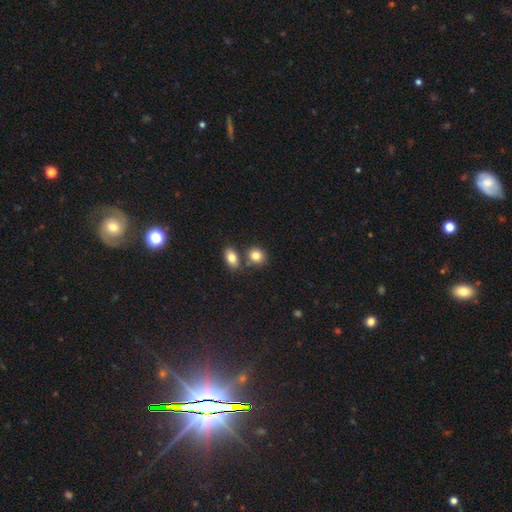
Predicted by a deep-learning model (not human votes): A smooth galaxy with no disk features (83%) that is round (60%).

Vote fractions:
- Smooth or featured? smooth: 83% / star or artifact: 9% / featured or disk: 8%
- How rounded? round: 60% / in between: 38% / cigar-shaped: 1%
- Merging? none: 61% / merger: 25% / minor disturbance: 10% / major disturbance: 3%